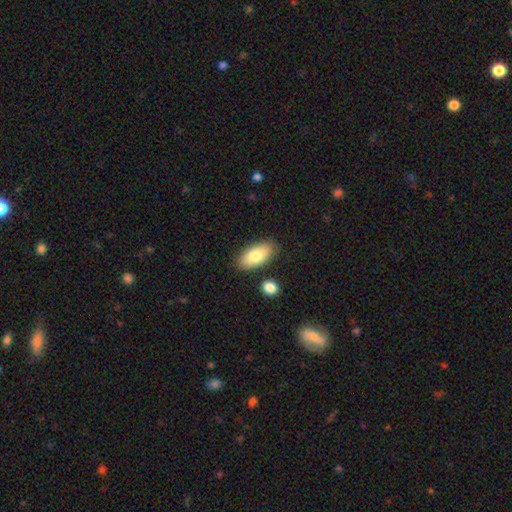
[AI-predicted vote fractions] A smooth galaxy with no disk features (79%) that is in between round and cigar-shaped (92%). Merging: none (82%).